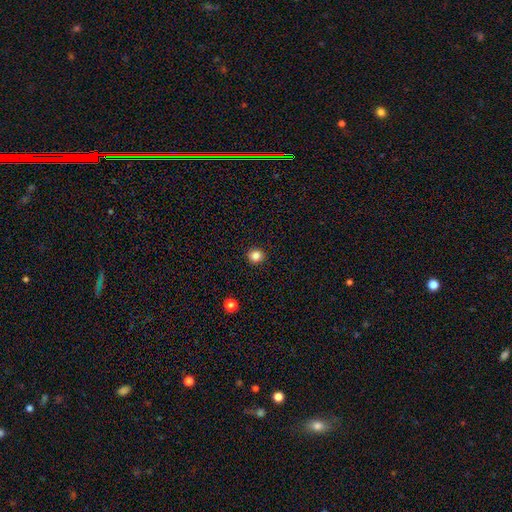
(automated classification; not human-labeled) smooth-or-featured: smooth: 85% | star or artifact: 11% | featured or disk: 4%
  how-rounded: round: 88% | in between: 11% | cigar-shaped: 1%
  merging: none: 93% | minor disturbance: 5% | major disturbance: 2% | merger: 1%